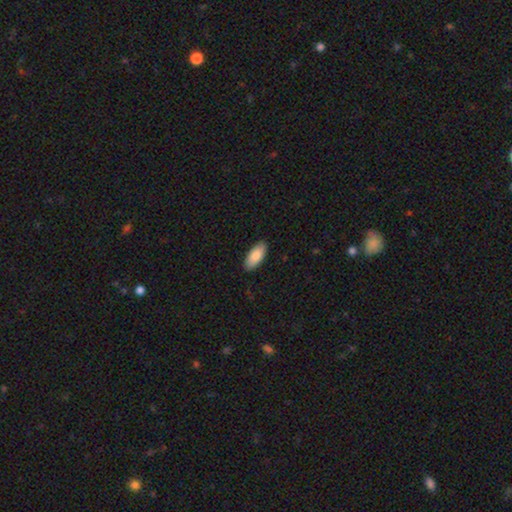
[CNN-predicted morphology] A smooth galaxy with no disk features (86%) that is in between round and cigar-shaped (89%).

Vote fractions:
- Smooth or featured? smooth: 86% / featured or disk: 8% / star or artifact: 6%
- How rounded? in between: 89% / cigar-shaped: 9% / round: 2%
- Merging? none: 90% / minor disturbance: 8% / major disturbance: 2% / merger: 1%